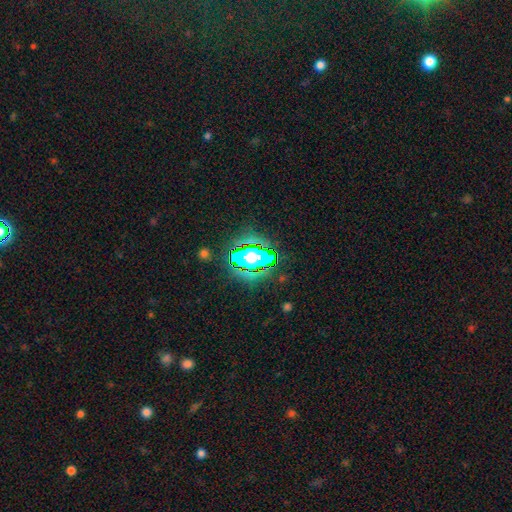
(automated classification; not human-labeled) Q: Smooth or featured?
A: star or artifact (80%); runner-up: smooth (13%)